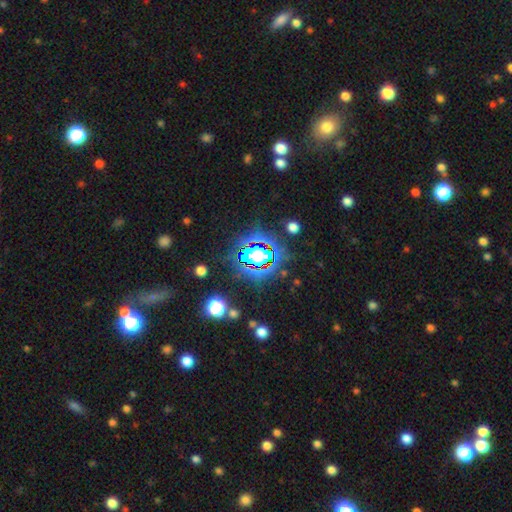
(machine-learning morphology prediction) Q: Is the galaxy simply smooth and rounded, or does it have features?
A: star or artifact — 65%.